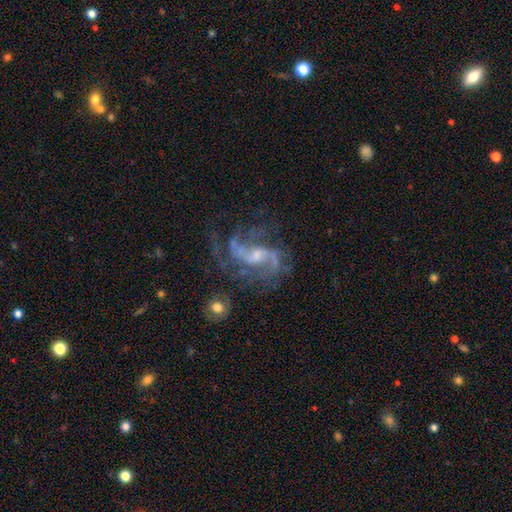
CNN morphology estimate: smooth_or_featured: featured or disk (p=0.87) [alt: star or artifact p=0.08]
disk_edge_on: no (p=0.97) [alt: yes p=0.03]
bar: weak (p=0.48) [alt: no p=0.35]
has_spiral_arms: yes (p=0.94) [alt: no p=0.06]
spiral_winding: loose (p=0.48) [alt: medium p=0.41]
spiral_arm_count: 2 (p=0.57) [alt: 3 p=0.14]
bulge_size: small (p=0.51) [alt: moderate p=0.33]
merging: none (p=0.53) [alt: major disturbance p=0.25]